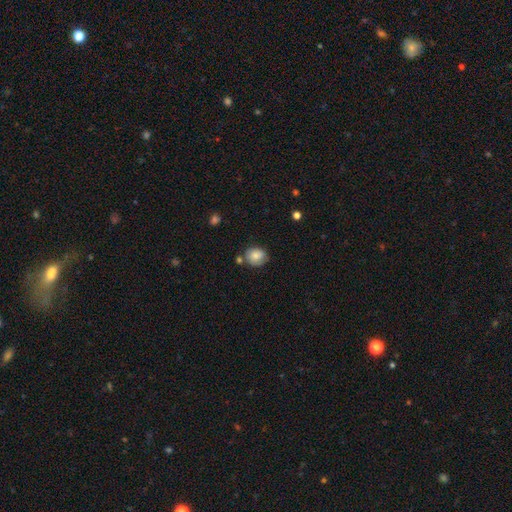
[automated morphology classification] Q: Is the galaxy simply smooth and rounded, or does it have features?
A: smooth — 76%.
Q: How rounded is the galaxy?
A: round — 61%.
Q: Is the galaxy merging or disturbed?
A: none — 65%.